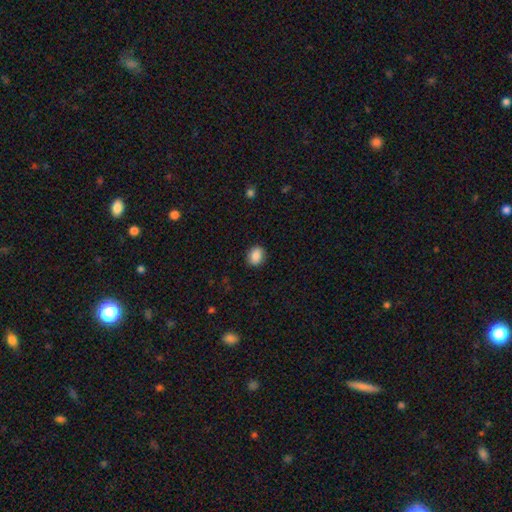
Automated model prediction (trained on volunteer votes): smooth-or-featured: smooth: 88% | star or artifact: 8% | featured or disk: 4%
  how-rounded: in between: 52% | round: 47% | cigar-shaped: 1%
  merging: none: 87% | minor disturbance: 9% | major disturbance: 2% | merger: 1%